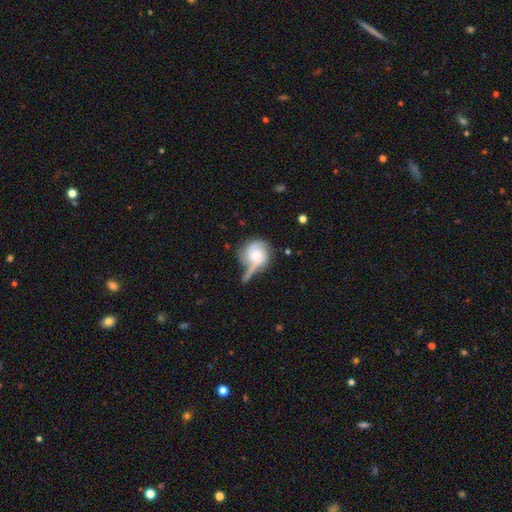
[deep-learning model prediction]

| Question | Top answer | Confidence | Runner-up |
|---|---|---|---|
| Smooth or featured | featured or disk | 53% | smooth (40%) |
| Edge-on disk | no | 94% | yes (6%) |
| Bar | no | 75% | weak (21%) |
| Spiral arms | yes | 77% | no (23%) |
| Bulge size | moderate | 41% | large (24%) |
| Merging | none | 34% | minor disturbance (25%) |